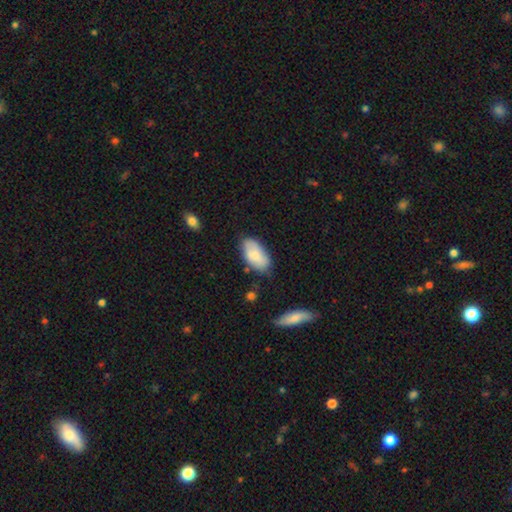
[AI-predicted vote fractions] This is likely a smooth galaxy (75%). How rounded: clearly in between (94%). Merging: likely none (69%).